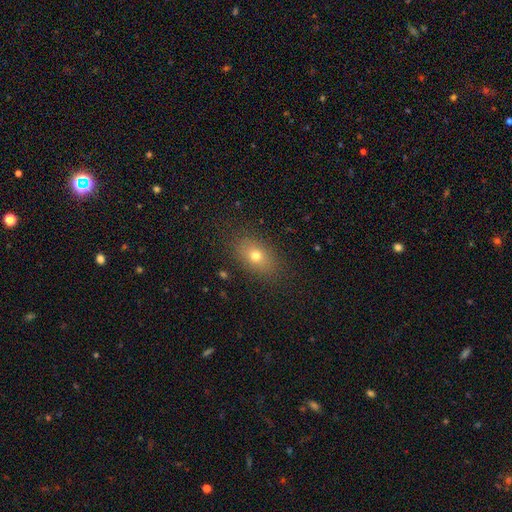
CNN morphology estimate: A smooth galaxy with no disk features (72%) that is in between round and cigar-shaped (77%).

Vote fractions:
- Smooth or featured? smooth: 72% / featured or disk: 15% / star or artifact: 12%
- How rounded? in between: 77% / round: 20% / cigar-shaped: 3%
- Merging? none: 85% / minor disturbance: 10% / major disturbance: 4% / merger: 1%